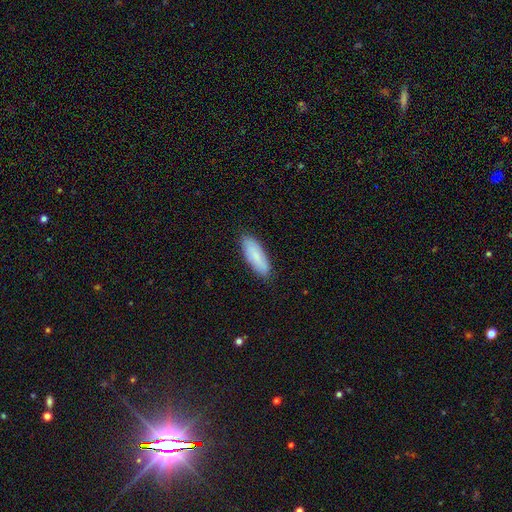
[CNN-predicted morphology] Smooth or featured? smooth (83%)
How rounded? in between (61%)
Merging? none (87%)